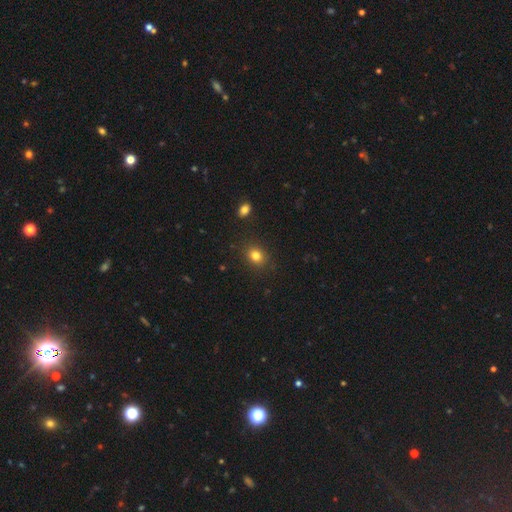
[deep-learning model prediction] A smooth galaxy with no disk features (82%) that is round (55%).

Vote fractions:
- Smooth or featured? smooth: 82% / star or artifact: 12% / featured or disk: 6%
- How rounded? round: 55% / in between: 44% / cigar-shaped: 1%
- Merging? none: 87% / minor disturbance: 9% / major disturbance: 3% / merger: 2%